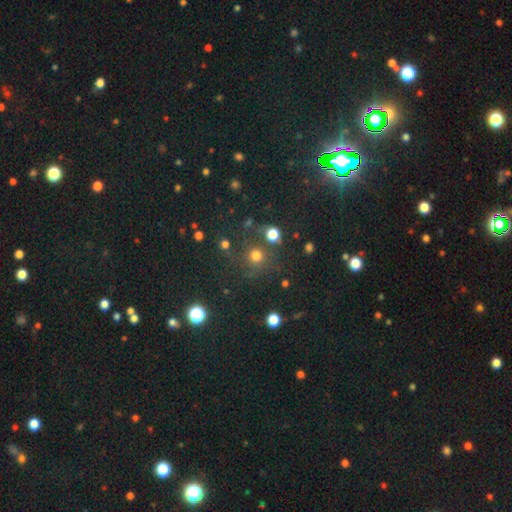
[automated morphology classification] Smooth or featured: smooth — 67% (star or artifact — 23%)
How rounded: round — 91% (in between — 8%)
Merging: none — 73% (merger — 11%)